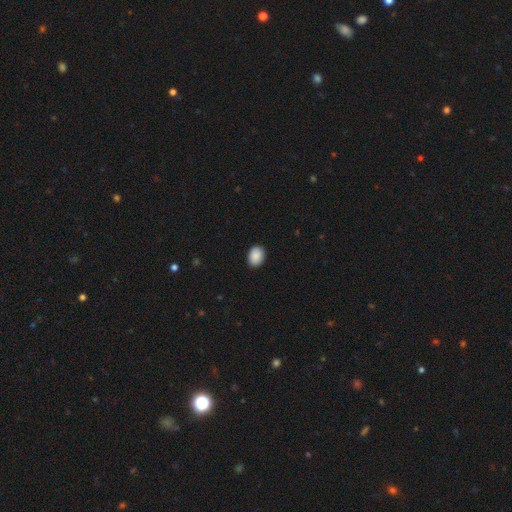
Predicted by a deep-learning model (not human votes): smooth-or-featured: smooth: 89% | star or artifact: 7% | featured or disk: 3%
  how-rounded: in between: 66% | round: 33% | cigar-shaped: 1%
  merging: none: 90% | minor disturbance: 7% | major disturbance: 2% | merger: 1%